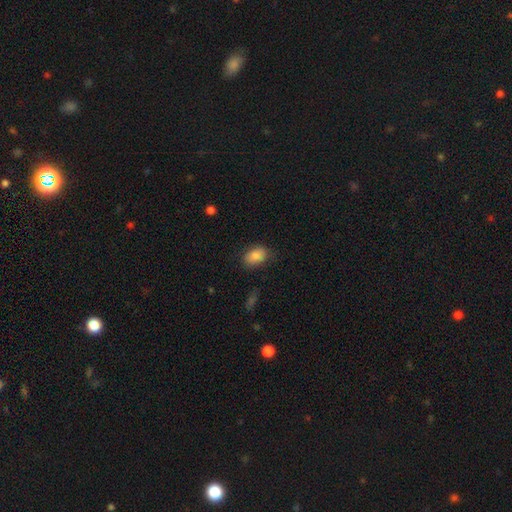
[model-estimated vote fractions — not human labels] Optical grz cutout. It shows a smooth galaxy with no disk features (84%) that is in between round and cigar-shaped (84%). Merging: none (78%).